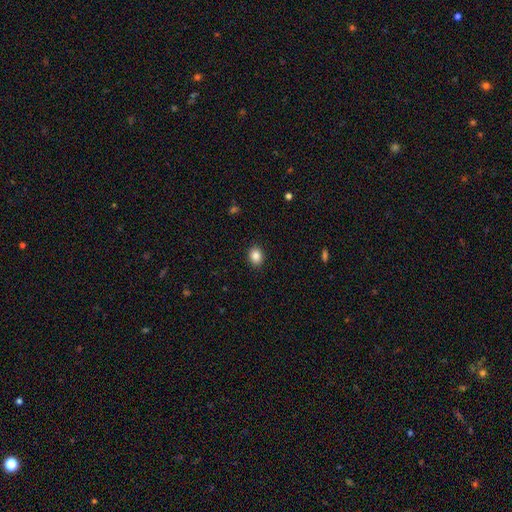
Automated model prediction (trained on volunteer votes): smooth-or-featured: smooth: 86% | star or artifact: 9% | featured or disk: 5%
  how-rounded: round: 51% | in between: 48% | cigar-shaped: 1%
  merging: none: 90% | minor disturbance: 7% | major disturbance: 2% | merger: 1%